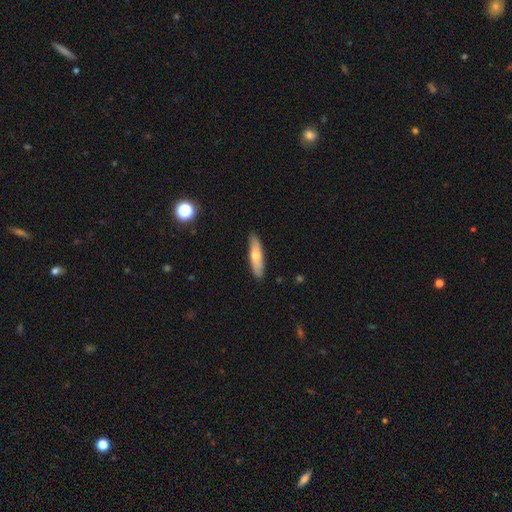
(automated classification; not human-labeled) A smooth galaxy with no disk features (58%) that is cigar-shaped (75%). Merging: none (89%).